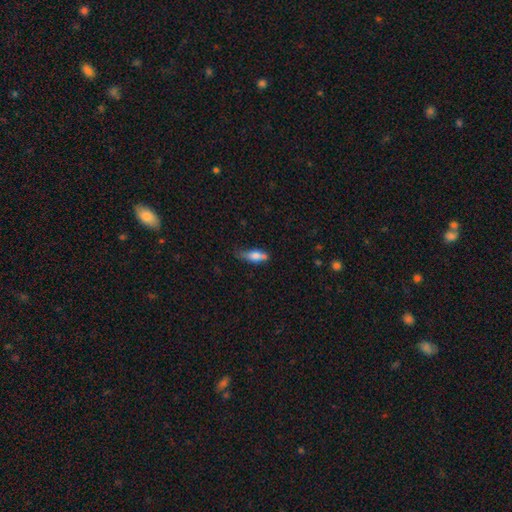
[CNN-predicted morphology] The model was most divided on "merging": none: 49%, minor disturbance: 32%, merger: 10%, major disturbance: 8%. More confident: smooth or featured — smooth (72%); how rounded — in between (67%).